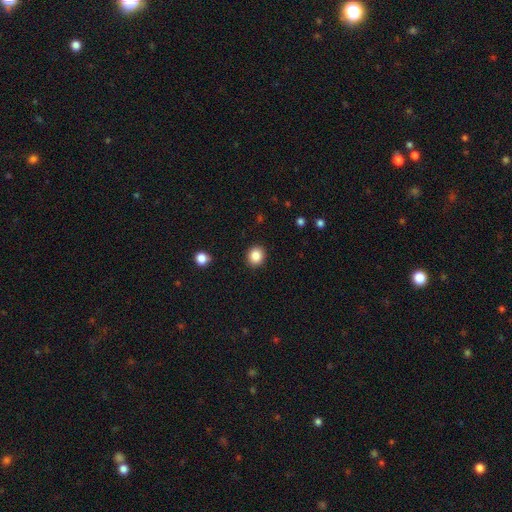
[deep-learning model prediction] Smooth or featured?
  - smooth: 86% *
  - star or artifact: 10%
  - featured or disk: 4%
How rounded?
  - round: 81% *
  - in between: 18%
  - cigar-shaped: 1%
Merging?
  - none: 91% *
  - minor disturbance: 6%
  - major disturbance: 2%
  - merger: 1%